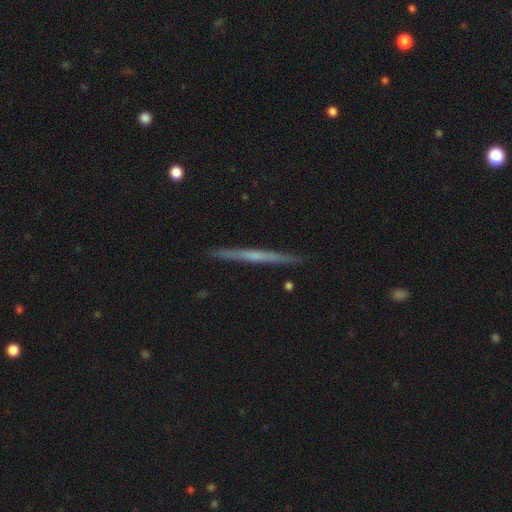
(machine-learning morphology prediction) Smooth or featured?
  - featured or disk: 60% *
  - smooth: 34%
  - star or artifact: 6%
Edge-on disk?
  - yes: 98% *
  - no: 2%
Edge-on bulge?
  - none: 74% *
  - rounded: 20%
  - boxy: 6%
Merging?
  - none: 92% *
  - minor disturbance: 6%
  - major disturbance: 1%
  - merger: 1%